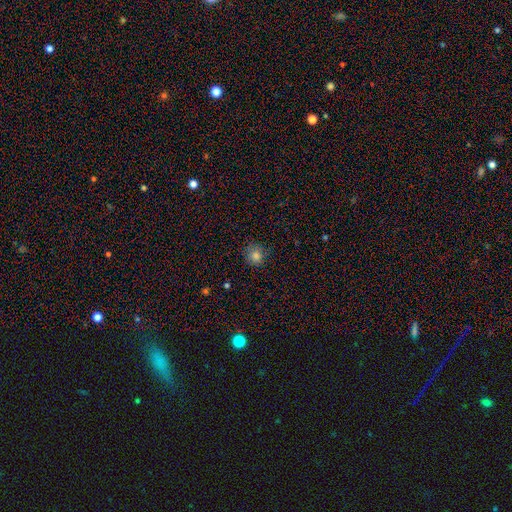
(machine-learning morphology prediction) A smooth galaxy with no disk features (81%) that is round (91%).

Vote fractions:
- Smooth or featured? smooth: 81% / star or artifact: 13% / featured or disk: 5%
- How rounded? round: 91% / in between: 8% / cigar-shaped: 1%
- Merging? none: 84% / minor disturbance: 12% / major disturbance: 3% / merger: 1%